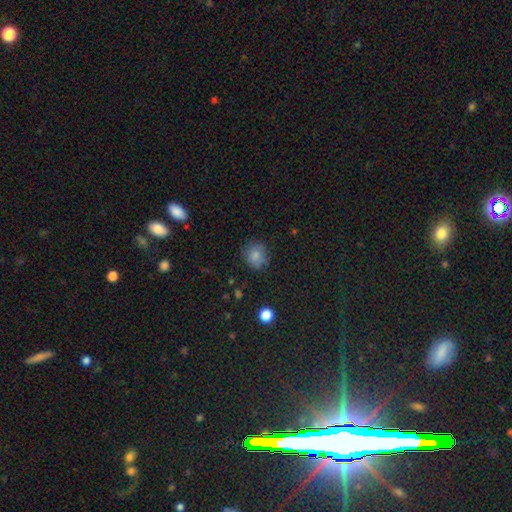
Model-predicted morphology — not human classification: smooth 81%, star or artifact 11%, featured or disk 8%. Down the decision tree: how rounded — round (80%); merging — none (74%).